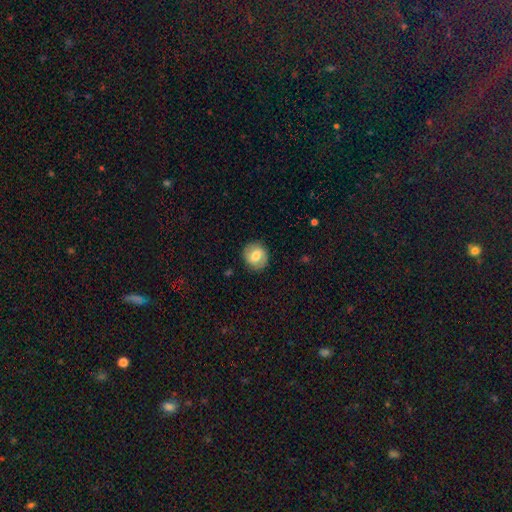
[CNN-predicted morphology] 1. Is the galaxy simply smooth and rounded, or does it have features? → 68% smooth, 25% featured or disk, 8% star or artifact.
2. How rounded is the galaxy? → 81% round, 19% in between, 1% cigar-shaped.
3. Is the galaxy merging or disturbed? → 86% none, 10% minor disturbance, 3% major disturbance, 1% merger.